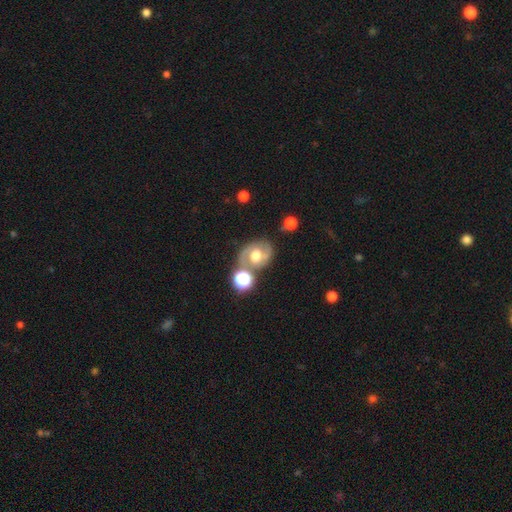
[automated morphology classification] Smooth or featured?
  - featured or disk: 62% *
  - smooth: 28%
  - star or artifact: 10%
Edge-on disk?
  - no: 96% *
  - yes: 4%
Bar?
  - no: 61% *
  - weak: 29%
  - strong: 9%
Spiral arms?
  - yes: 68% *
  - no: 32%
Bulge size?
  - moderate: 61% *
  - large: 28%
  - small: 7%
  - dominant: 2%
  - none: 2%
Merging?
  - none: 64% *
  - minor disturbance: 16%
  - merger: 13%
  - major disturbance: 7%